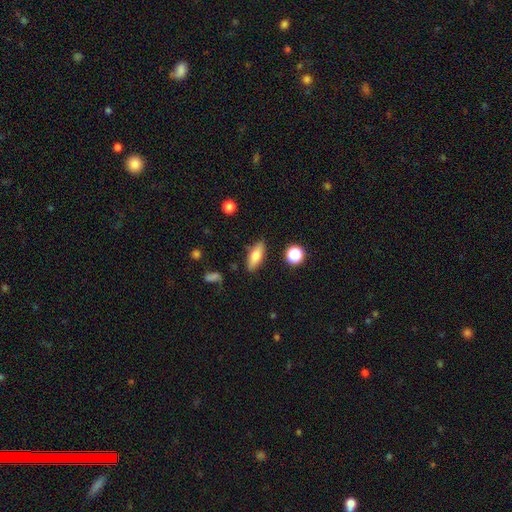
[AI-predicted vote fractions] Q: Smooth or featured?
A: smooth (68%); runner-up: featured or disk (24%)
Q: How rounded?
A: in between (64%); runner-up: cigar-shaped (32%)
Q: Merging?
A: none (84%); runner-up: minor disturbance (11%)